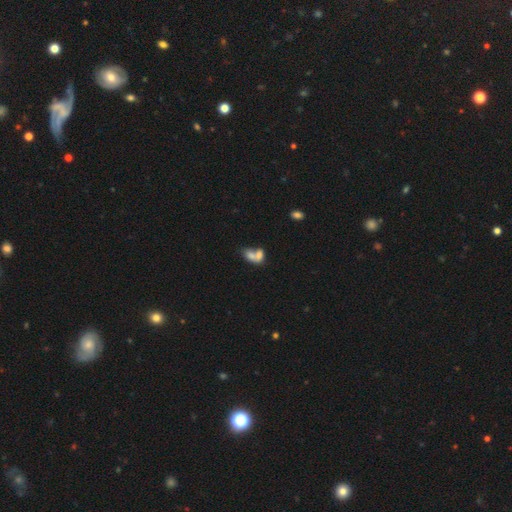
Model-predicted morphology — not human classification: This appears to be a smooth galaxy with no disk features (71%) that is in between round and cigar-shaped (80%). Merging: merger (72%).